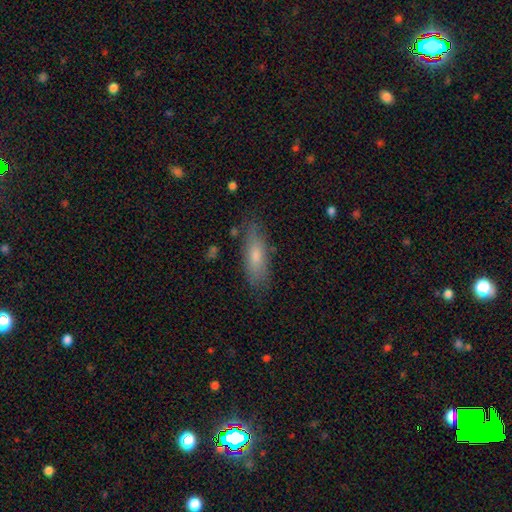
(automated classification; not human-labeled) smooth 64%, featured or disk 28%, star or artifact 8%. Down the decision tree: how rounded — in between (50%); merging — none (79%).